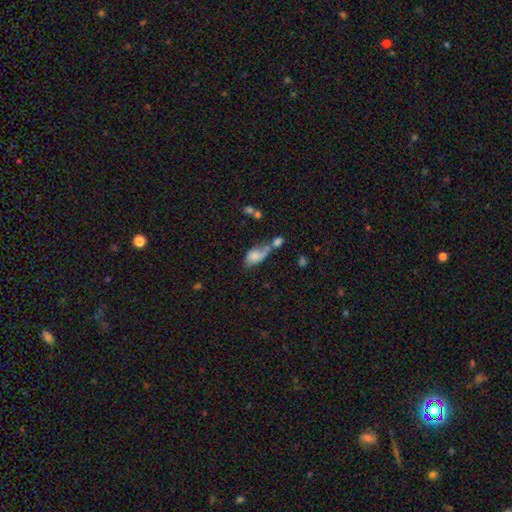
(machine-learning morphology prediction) Overall: smooth (69%). How rounded: in between (85%). Merging: merger (35%; none 23%).